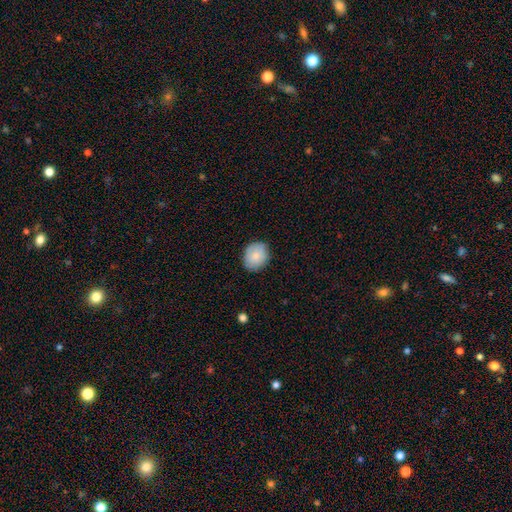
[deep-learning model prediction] The model was most divided on "how rounded": round: 62%, in between: 37%, cigar-shaped: 1%. More confident: smooth or featured — smooth (82%); merging — none (82%).